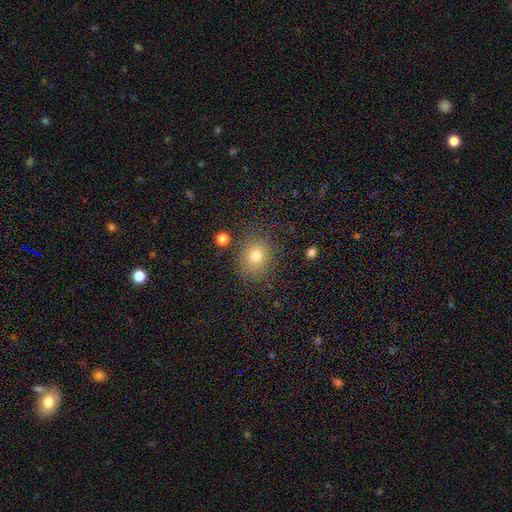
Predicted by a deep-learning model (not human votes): This appears to be a smooth galaxy with no disk features (76%) that is round (70%). Merging: none (82%).